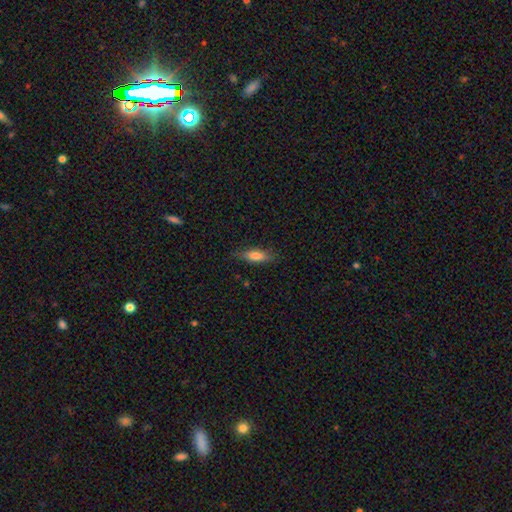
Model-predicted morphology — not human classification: The model was most divided on "how rounded": cigar-shaped: 50%, in between: 47%, round: 2%. More confident: merging — none (81%); smooth or featured — smooth (71%).